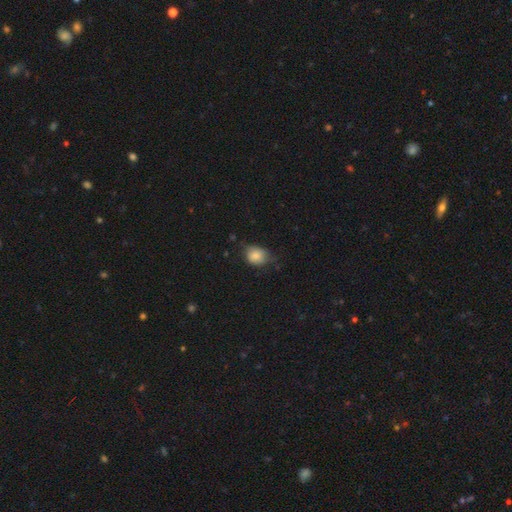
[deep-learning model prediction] Smooth or featured? Predicted: smooth (p=0.81). How rounded? Predicted: round (p=0.57). Merging? Predicted: none (p=0.50).